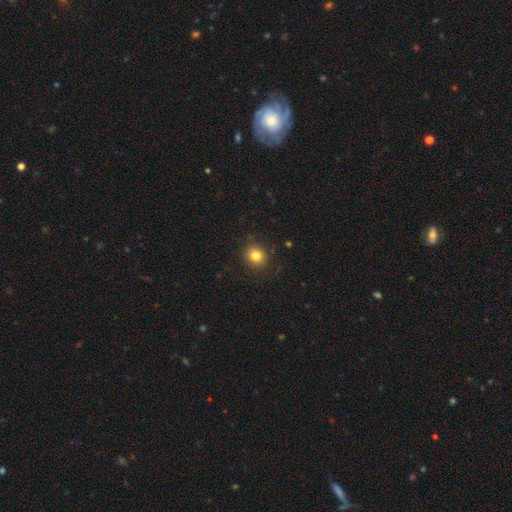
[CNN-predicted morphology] Overall: smooth (81%). How rounded: round (84%). Merging: none (87%).